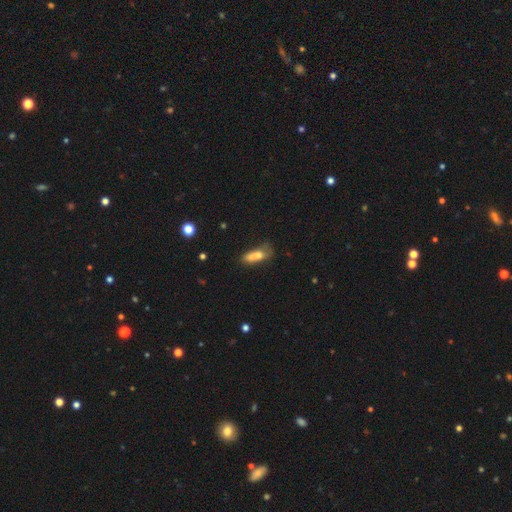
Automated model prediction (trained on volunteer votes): Smooth or featured: smooth — 71% (featured or disk — 19%)
How rounded: in between — 56% (cigar-shaped — 41%)
Merging: none — 37% (minor disturbance — 28%)